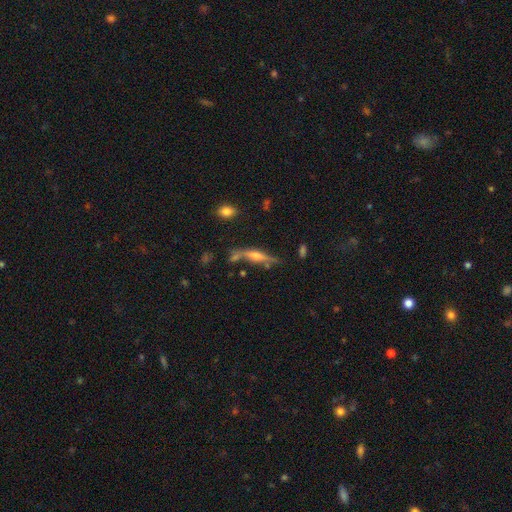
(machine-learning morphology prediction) A featured or disk galaxy (66%) viewed edge-on (88%) with a rounded central bulge (79%). Merging: none (62%).